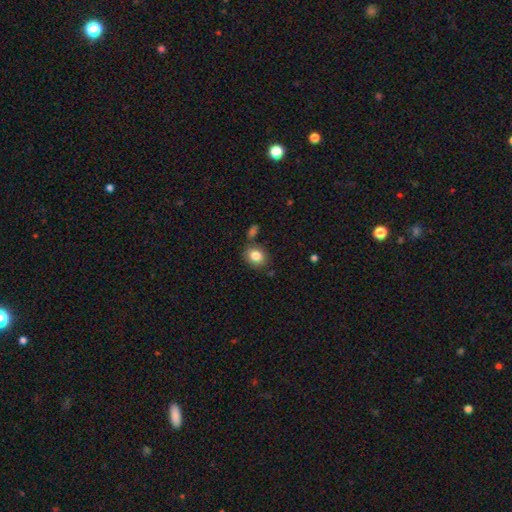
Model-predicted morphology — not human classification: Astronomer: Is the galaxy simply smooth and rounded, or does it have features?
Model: smooth — 83%.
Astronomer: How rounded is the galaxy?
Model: round — 52% (runner-up: in between, 47%).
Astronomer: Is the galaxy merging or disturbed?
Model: none — 75%.